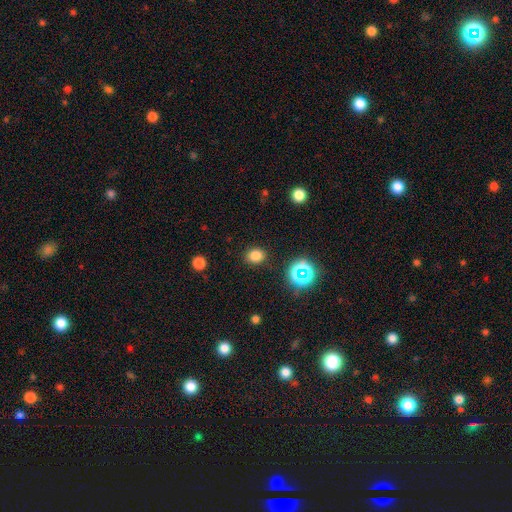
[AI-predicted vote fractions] Q: Smooth or featured?
A: smooth (78%); runner-up: star or artifact (17%)
Q: How rounded?
A: round (56%); runner-up: in between (43%)
Q: Merging?
A: none (88%); runner-up: minor disturbance (8%)